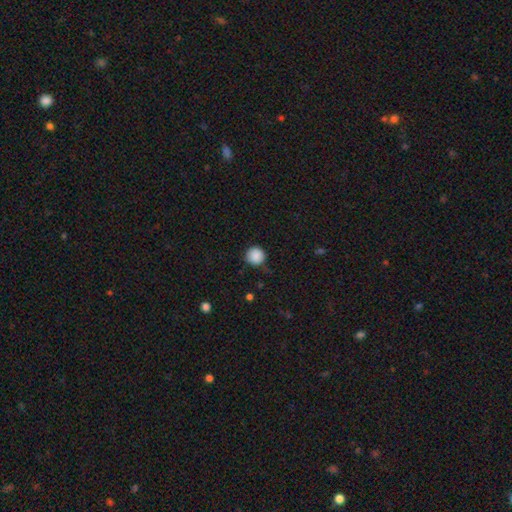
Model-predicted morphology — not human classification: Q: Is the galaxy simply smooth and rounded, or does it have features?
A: smooth — 88%.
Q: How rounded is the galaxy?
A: round — 94%.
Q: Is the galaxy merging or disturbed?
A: none — 81%.